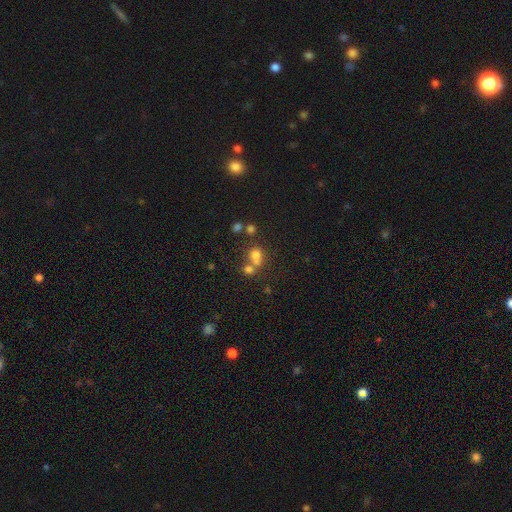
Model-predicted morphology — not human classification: Smooth or featured: smooth — 66% (star or artifact — 19%)
How rounded: round — 75% (in between — 24%)
Merging: merger — 50% (none — 38%)